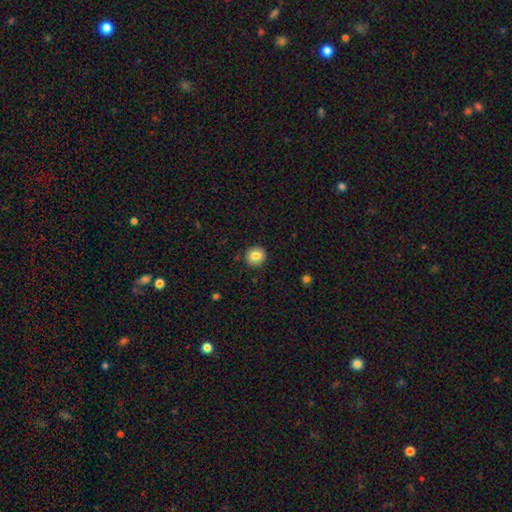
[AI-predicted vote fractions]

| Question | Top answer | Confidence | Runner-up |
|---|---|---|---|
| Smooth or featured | smooth | 83% | star or artifact (9%) |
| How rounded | round | 90% | in between (9%) |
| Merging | none | 90% | minor disturbance (7%) |